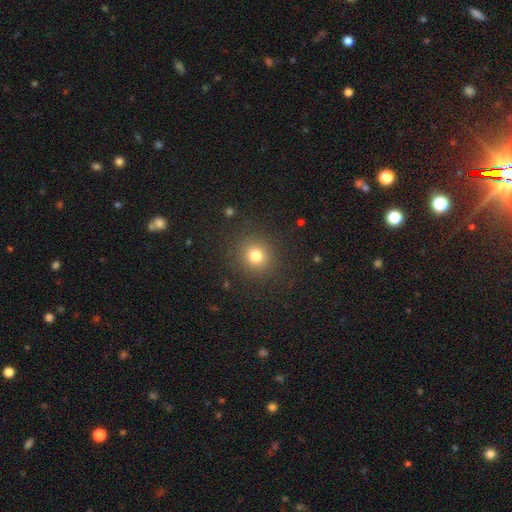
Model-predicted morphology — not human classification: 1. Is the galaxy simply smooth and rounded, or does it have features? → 78% smooth, 15% star or artifact, 7% featured or disk.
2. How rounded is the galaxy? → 90% round, 9% in between, 1% cigar-shaped.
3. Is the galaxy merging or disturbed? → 89% none, 7% minor disturbance, 3% major disturbance, 1% merger.